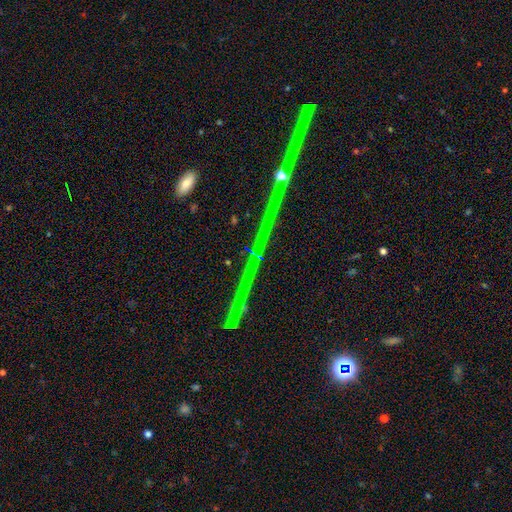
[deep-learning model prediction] The model was most divided on "smooth or featured": star or artifact: 73%, featured or disk: 18%, smooth: 8%.